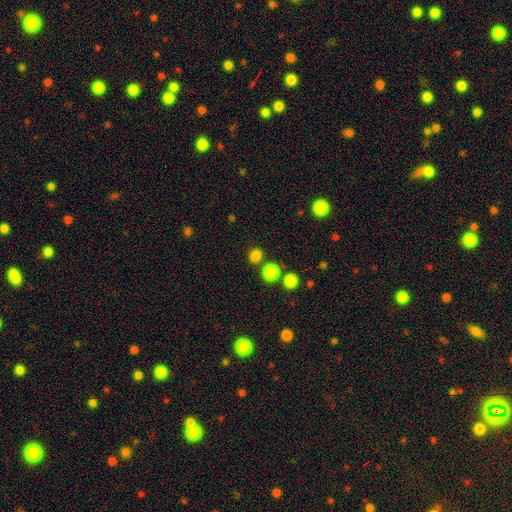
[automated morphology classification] Smooth or featured?
  - smooth: 82% *
  - star or artifact: 14%
  - featured or disk: 4%
How rounded?
  - round: 76% *
  - in between: 24%
  - cigar-shaped: 1%
Merging?
  - none: 74% *
  - merger: 14%
  - minor disturbance: 9%
  - major disturbance: 3%